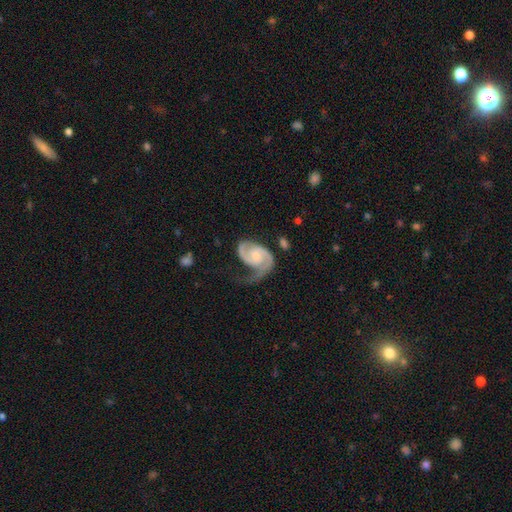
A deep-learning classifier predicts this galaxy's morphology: smooth-or-featured: featured or disk: 89% | smooth: 6% | star or artifact: 4%
  disk-edge-on: no: 98% | yes: 2%
    bar: no: 62% | weak: 31% | strong: 6%
    has-spiral-arms: yes: 98% | no: 2%
      spiral-winding: medium: 49% | tight: 33% | loose: 18%
      spiral-arm-count: 2: 84% | 1: 10% | can't tell: 3% | 3: 2% | 4: 1% | more than 4: 1%
    bulge-size: small: 46% | moderate: 36% | none: 12% | large: 4% | dominant: 1%
  merging: none: 42% | major disturbance: 29% | minor disturbance: 26% | merger: 3%